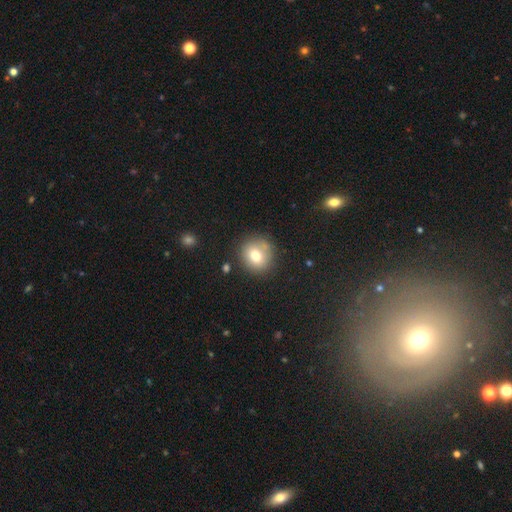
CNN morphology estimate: The model was most divided on "merging": none: 76%, minor disturbance: 14%, merger: 6%, major disturbance: 4%. More confident: how rounded — round (86%); smooth or featured — smooth (76%).